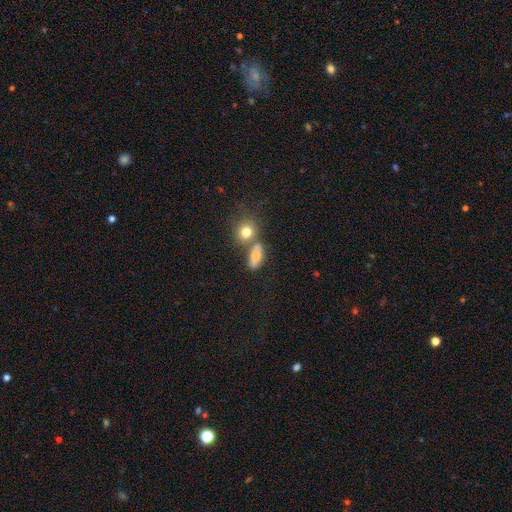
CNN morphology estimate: Overall: smooth (73%). How rounded: in between (70%). Merging: none (48%; merger 31%).